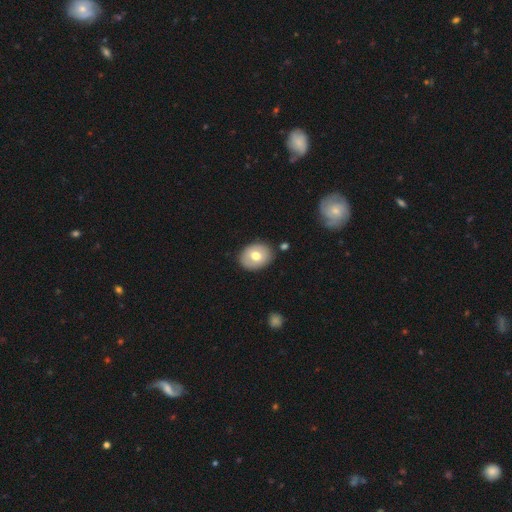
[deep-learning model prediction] Q: Smooth or featured?
A: smooth (66%); runner-up: featured or disk (27%)
Q: How rounded?
A: in between (59%); runner-up: round (40%)
Q: Merging?
A: none (85%); runner-up: minor disturbance (10%)